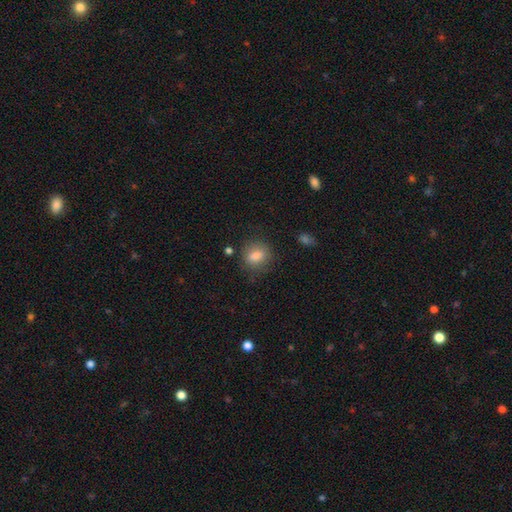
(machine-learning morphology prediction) Smooth or featured? Predicted: smooth (p=0.82). How rounded? Predicted: round (p=0.56). Merging? Predicted: none (p=0.79).